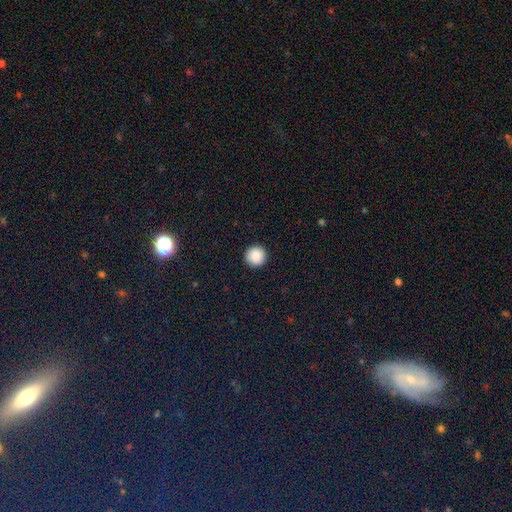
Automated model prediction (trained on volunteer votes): Smooth or featured?
  - smooth: 88% *
  - star or artifact: 9%
  - featured or disk: 3%
How rounded?
  - round: 96% *
  - in between: 3%
  - cigar-shaped: 1%
Merging?
  - none: 93% *
  - minor disturbance: 5%
  - major disturbance: 2%
  - merger: 1%